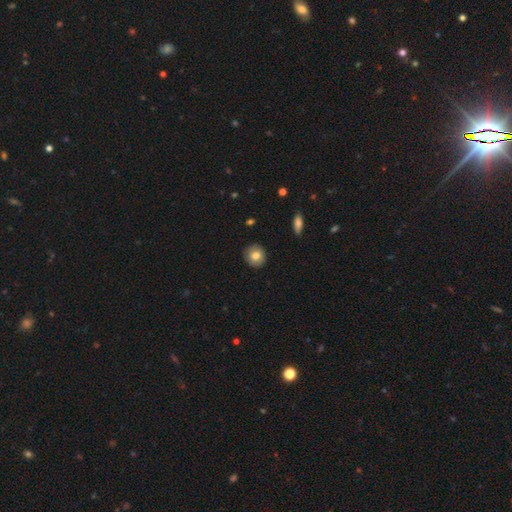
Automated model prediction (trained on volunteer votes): smooth_or_featured: smooth (p=0.80) [alt: featured or disk p=0.13]
how_rounded: round (p=0.89) [alt: in between p=0.10]
merging: none (p=0.89) [alt: minor disturbance p=0.08]